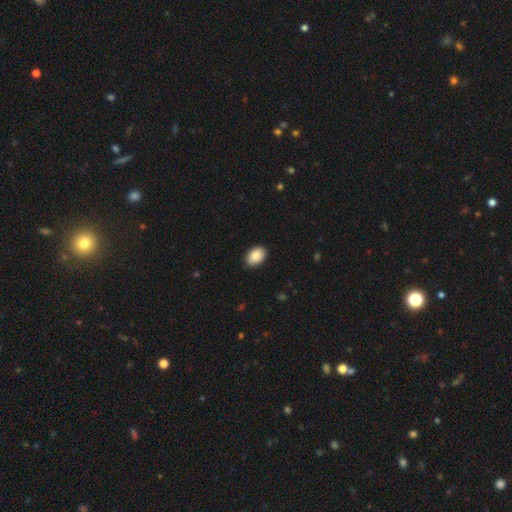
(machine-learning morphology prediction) smooth_or_featured: smooth (p=0.89) [alt: star or artifact p=0.07]
how_rounded: in between (p=0.87) [alt: round p=0.12]
merging: none (p=0.88) [alt: minor disturbance p=0.10]